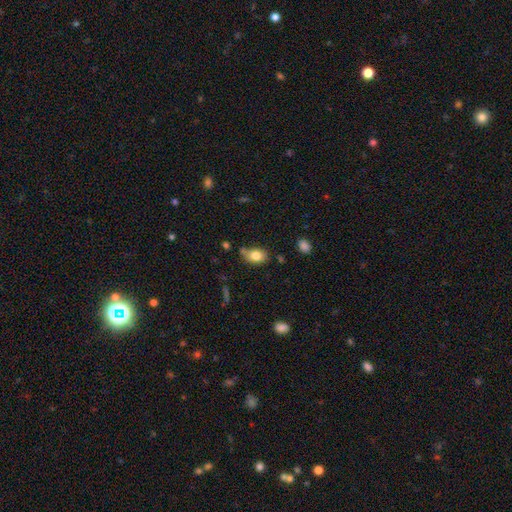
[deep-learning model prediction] Morphology: type=smooth (81%); roundness=in between (78%); merging=none (65%).